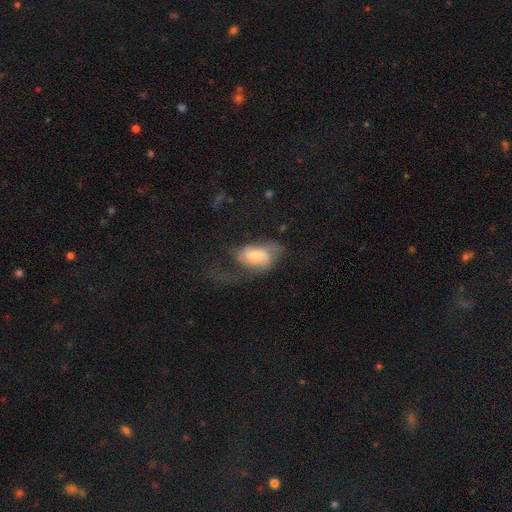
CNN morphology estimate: A smooth galaxy with no disk features (49%). Merging: major disturbance (44%).